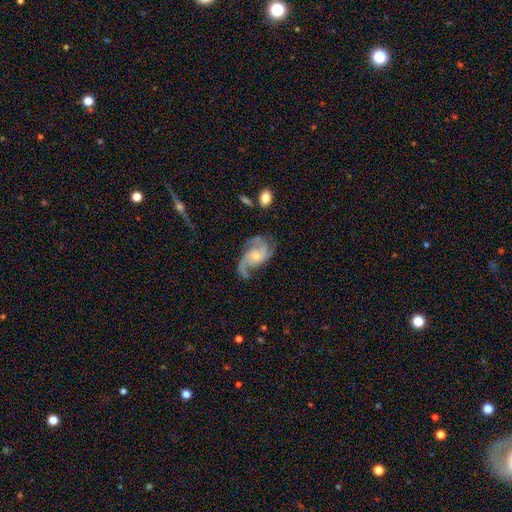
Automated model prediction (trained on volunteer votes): Smooth or featured? featured or disk (87%)
Edge-on disk? no (98%)
Bar? no (66%)
Spiral arms? yes (97%)
Spiral winding? medium (47%)
Spiral arm count? 3 (46%)
Bulge size? small (51%)
Merging? none (57%)